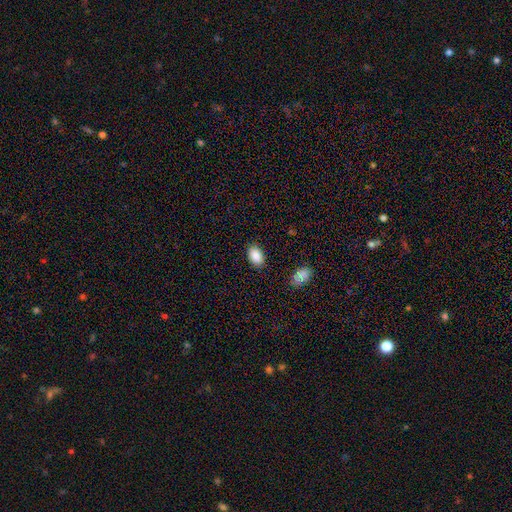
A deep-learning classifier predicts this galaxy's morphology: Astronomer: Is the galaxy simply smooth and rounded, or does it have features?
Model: smooth — 89%.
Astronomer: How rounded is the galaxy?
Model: in between — 86%.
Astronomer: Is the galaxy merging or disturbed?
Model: none — 86%.